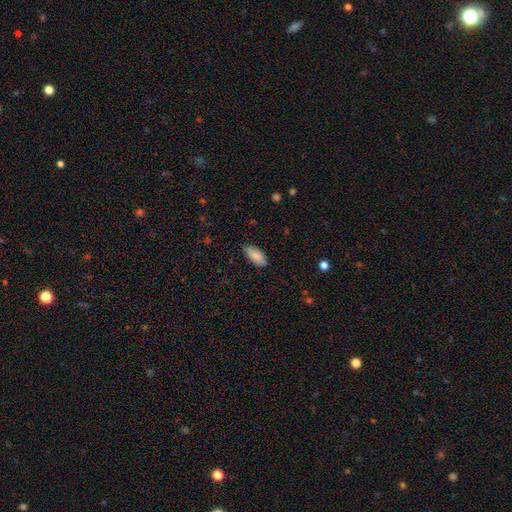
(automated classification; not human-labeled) A smooth galaxy with no disk features (87%) that is in between round and cigar-shaped (89%). Merging: none (82%).